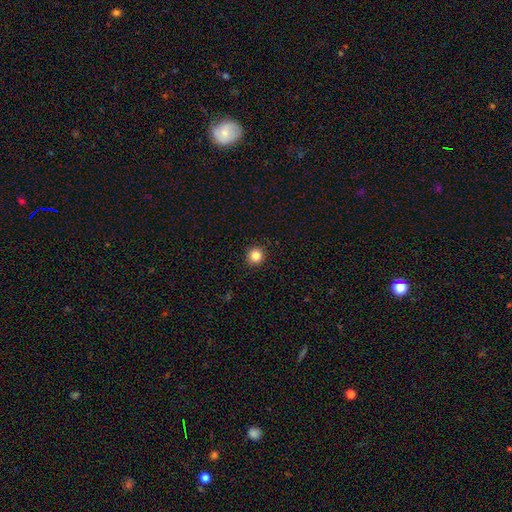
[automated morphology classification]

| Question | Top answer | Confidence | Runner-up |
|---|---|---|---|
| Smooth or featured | smooth | 84% | star or artifact (12%) |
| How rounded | round | 95% | in between (4%) |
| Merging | none | 93% | minor disturbance (4%) |